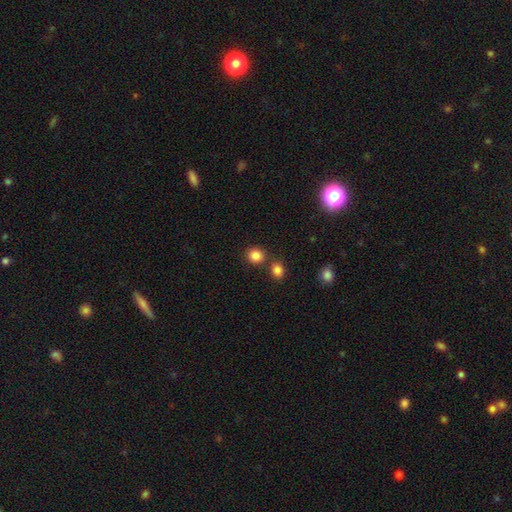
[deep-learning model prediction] Overall: smooth (85%). How rounded: round (84%). Merging: none (76%).